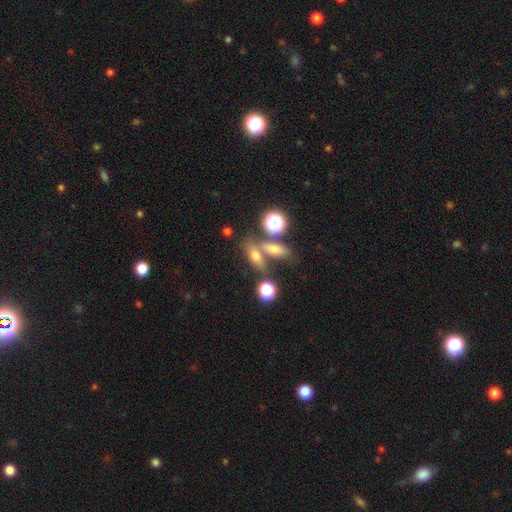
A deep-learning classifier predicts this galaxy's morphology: type=smooth (64%); roundness=in between (61%); merging=none (52%).